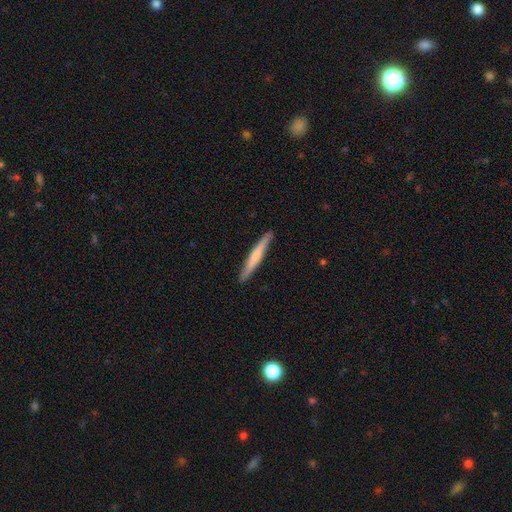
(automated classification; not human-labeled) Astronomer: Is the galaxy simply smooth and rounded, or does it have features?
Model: smooth — 54% (runner-up: featured or disk, 41%).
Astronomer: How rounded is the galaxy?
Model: cigar-shaped — 96%.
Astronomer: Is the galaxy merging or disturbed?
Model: none — 89%.